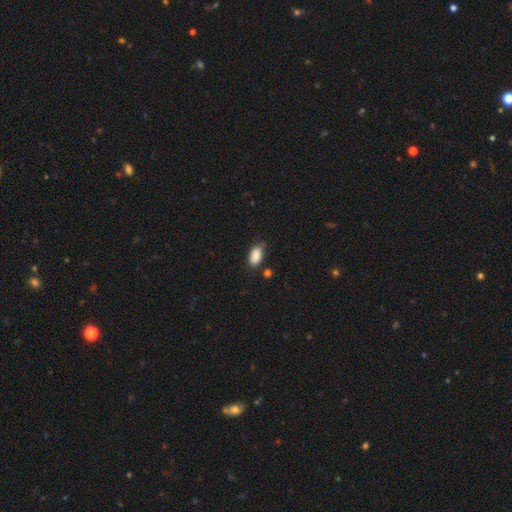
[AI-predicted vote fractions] smooth-or-featured: smooth: 89% | star or artifact: 7% | featured or disk: 4%
  how-rounded: in between: 93% | cigar-shaped: 4% | round: 3%
  merging: none: 70% | minor disturbance: 23% | major disturbance: 4% | merger: 3%